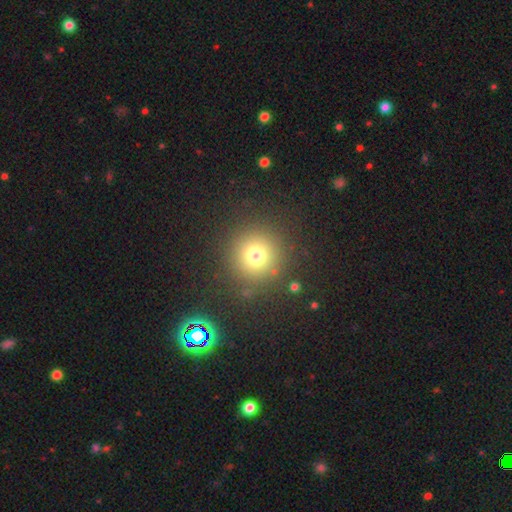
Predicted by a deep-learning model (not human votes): Overall: smooth (73%). How rounded: round (94%). Merging: none (87%).